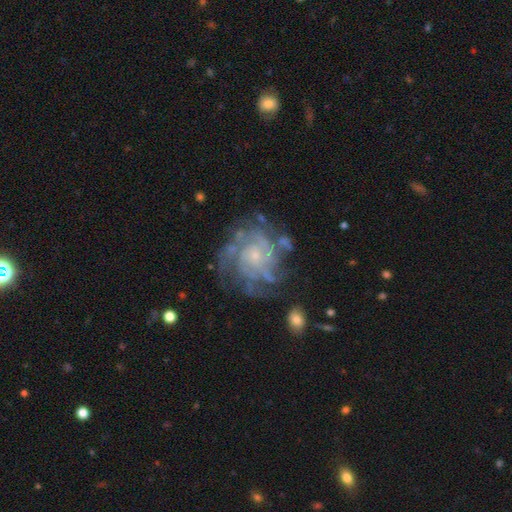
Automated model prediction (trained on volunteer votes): featured or disk 84%, smooth 8%, star or artifact 7%. Down the decision tree: edge-on disk — no (98%); bar — no (77%); spiral arms — yes (93%); spiral arm count — can't tell (33%); spiral winding — tight (65%); bulge size — small (75%); merging — none (64%).